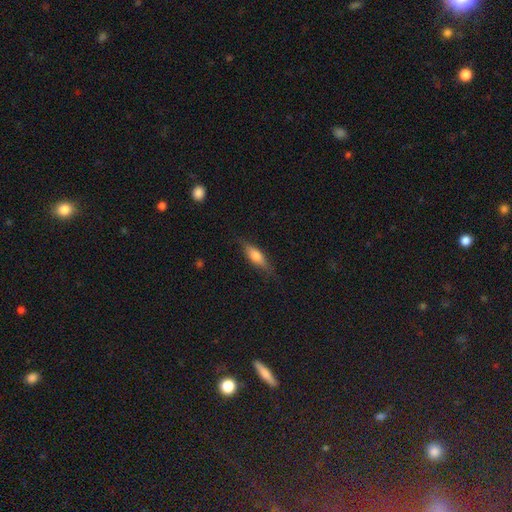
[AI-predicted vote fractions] Q: Smooth or featured?
A: smooth (64%); runner-up: featured or disk (29%)
Q: How rounded?
A: in between (49%); runner-up: cigar-shaped (48%)
Q: Merging?
A: none (78%); runner-up: minor disturbance (17%)